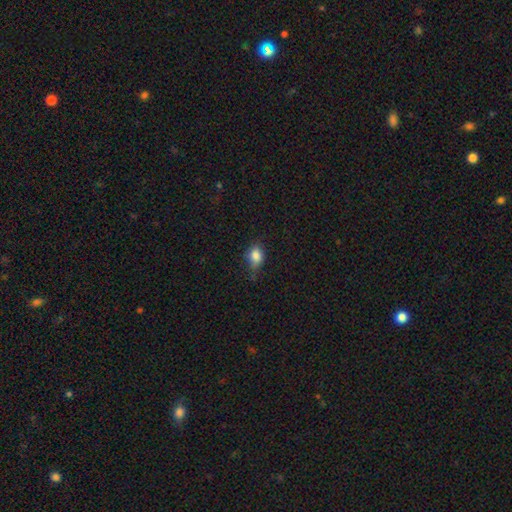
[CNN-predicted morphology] smooth_or_featured: smooth (p=0.83) [alt: star or artifact p=0.10]
how_rounded: in between (p=0.63) [alt: round p=0.36]
merging: none (p=0.61) [alt: minor disturbance p=0.31]